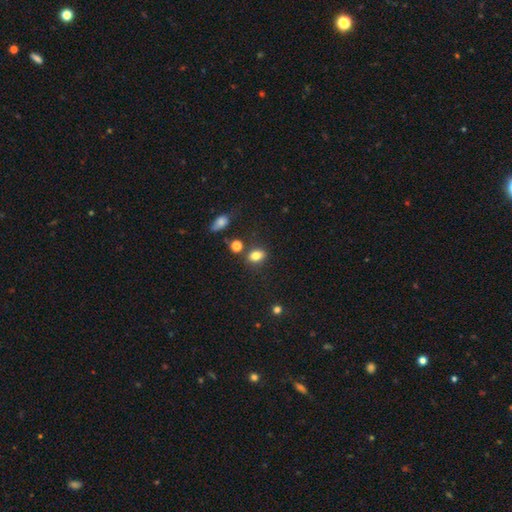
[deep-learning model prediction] Smooth or featured? smooth (80%)
How rounded? in between (70%)
Merging? none (75%)